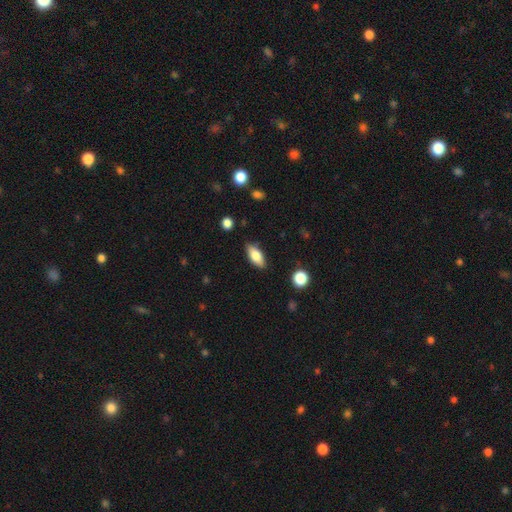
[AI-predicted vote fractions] smooth_or_featured: smooth (p=0.76) [alt: featured or disk p=0.17]
how_rounded: in between (p=0.83) [alt: cigar-shaped p=0.14]
merging: none (p=0.84) [alt: minor disturbance p=0.12]